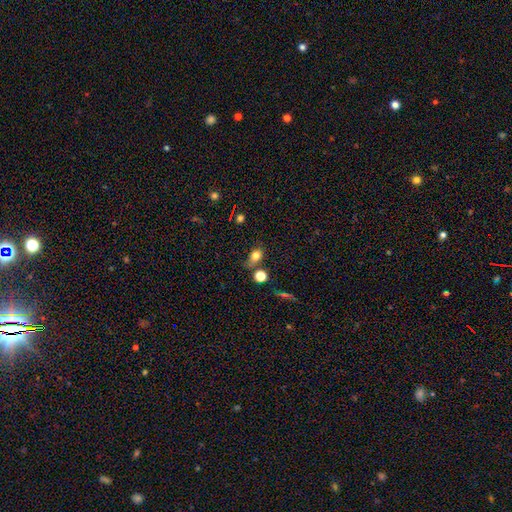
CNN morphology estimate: The model was most divided on "merging": none: 53%, minor disturbance: 25%, merger: 12%, major disturbance: 10%. More confident: smooth or featured — smooth (77%); how rounded — in between (63%).